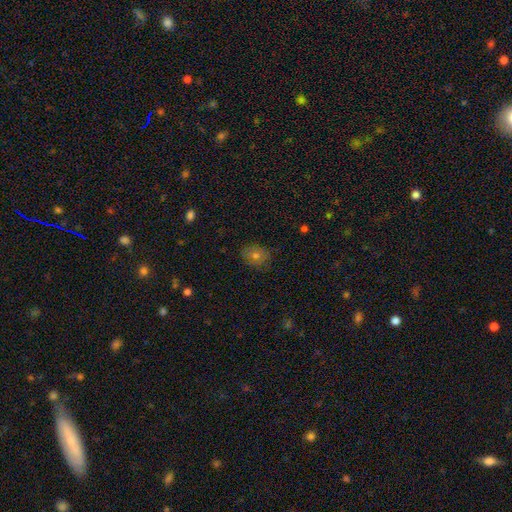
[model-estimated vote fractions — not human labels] A smooth galaxy with no disk features (59%) that is in between round and cigar-shaped (57%).

Vote fractions:
- Smooth or featured? smooth: 59% / featured or disk: 22% / star or artifact: 19%
- How rounded? in between: 57% / round: 42% / cigar-shaped: 1%
- Merging? none: 81% / minor disturbance: 15% / major disturbance: 4% / merger: 1%